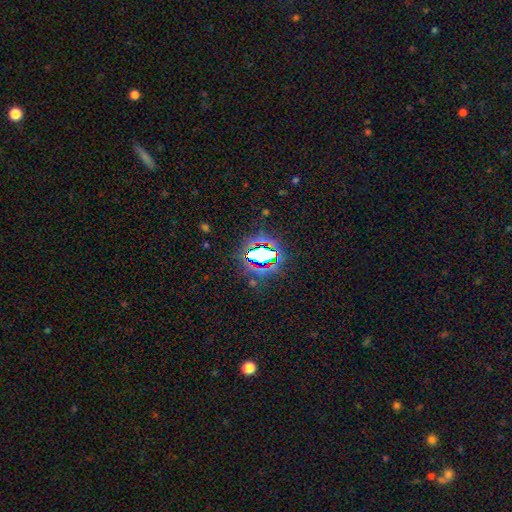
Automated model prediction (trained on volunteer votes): This appears to be a star or artifact, not a galaxy (67%).